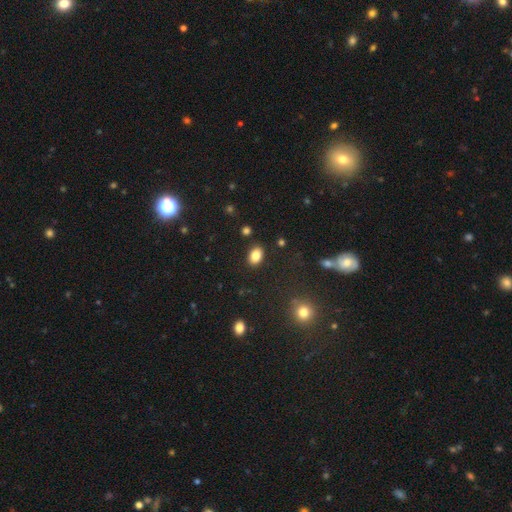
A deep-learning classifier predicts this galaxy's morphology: A smooth galaxy with no disk features (84%) that is in between round and cigar-shaped (81%). Merging: none (86%).